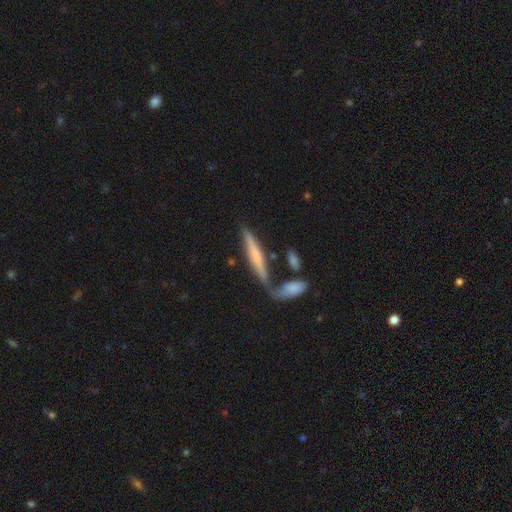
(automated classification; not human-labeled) smooth 47%, featured or disk 46%, star or artifact 7%. Down the decision tree: merging — none (48%).